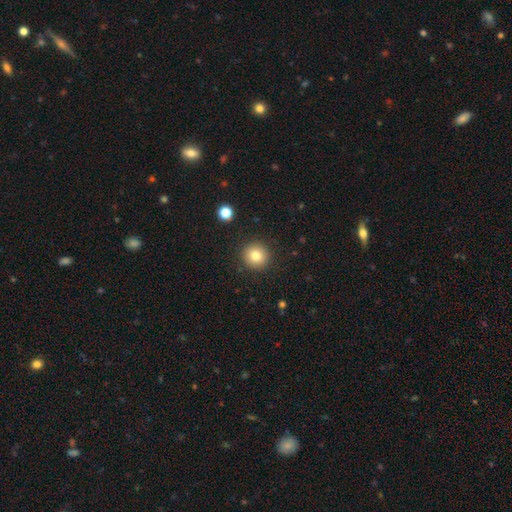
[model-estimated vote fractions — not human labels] A smooth galaxy with no disk features (80%) that is round (94%).

Vote fractions:
- Smooth or featured? smooth: 80% / star or artifact: 11% / featured or disk: 8%
- How rounded? round: 94% / in between: 5% / cigar-shaped: 1%
- Merging? none: 90% / minor disturbance: 6% / major disturbance: 2% / merger: 1%